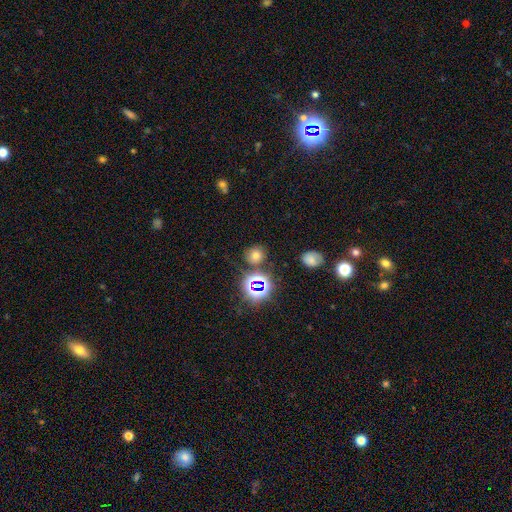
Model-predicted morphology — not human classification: This is likely a smooth galaxy (65%). How rounded: likely round (80%). Merging: clearly none (81%).